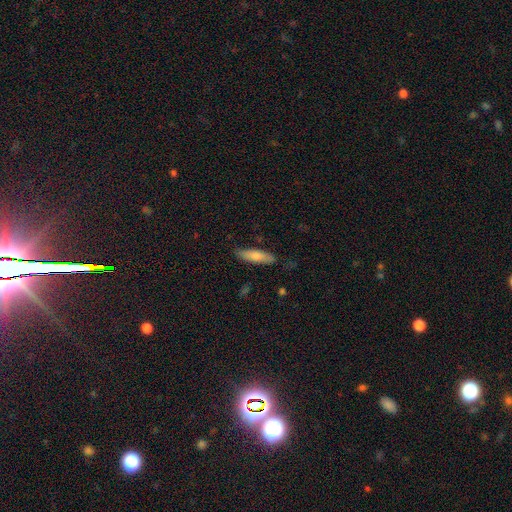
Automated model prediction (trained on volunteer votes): smooth 76%, featured or disk 18%, star or artifact 6%. Down the decision tree: how rounded — cigar-shaped (63%); merging — none (83%).